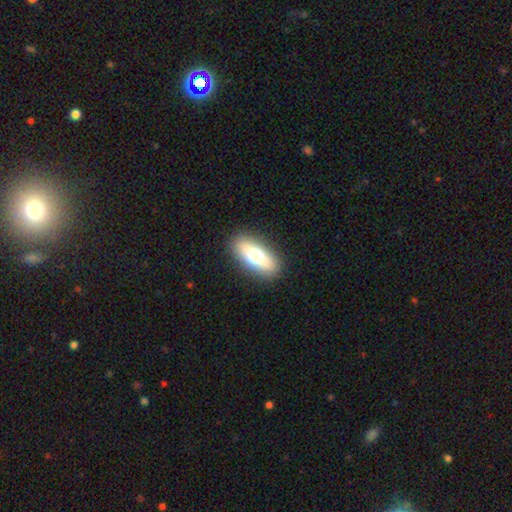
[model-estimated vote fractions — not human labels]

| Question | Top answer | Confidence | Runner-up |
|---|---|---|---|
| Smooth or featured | smooth | 64% | featured or disk (28%) |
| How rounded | in between | 73% | cigar-shaped (22%) |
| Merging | none | 89% | minor disturbance (8%) |